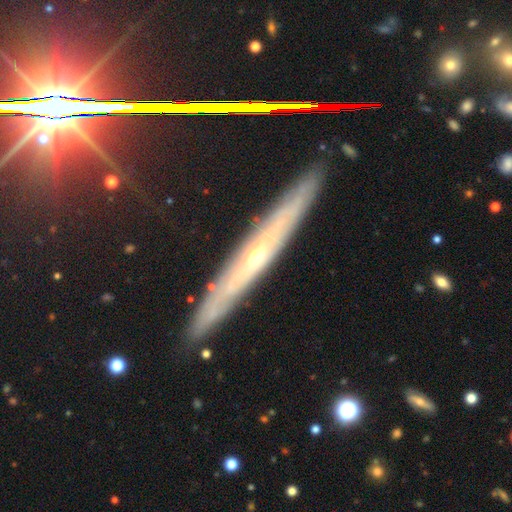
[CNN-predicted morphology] A featured or disk galaxy (72%) viewed edge-on (89%) with a rounded central bulge (68%). Merging: none (89%).